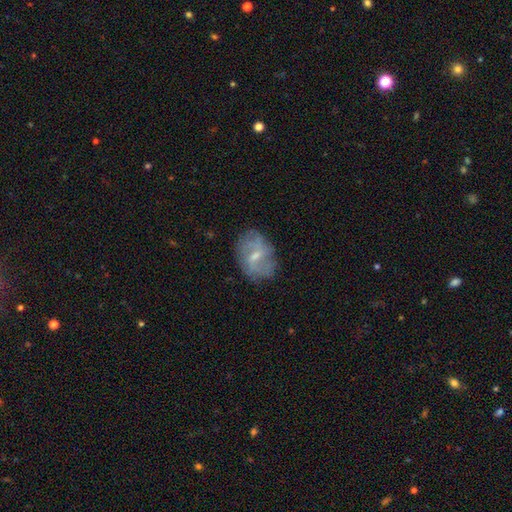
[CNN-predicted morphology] This is likely a featured or disk galaxy (61%). It is clearly not viewed edge-on (96%). Bar: possibly weak (56%). Spiral arm pattern: likely yes (69%). Central bulge: possibly small (52%). Merging: likely none (69%).